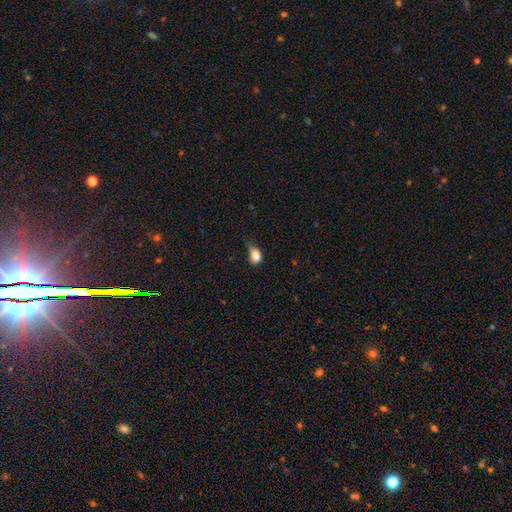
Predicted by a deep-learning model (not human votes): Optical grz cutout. It shows a smooth galaxy with no disk features (80%) that is in between round and cigar-shaped (61%). Merging: minor disturbance (41%).